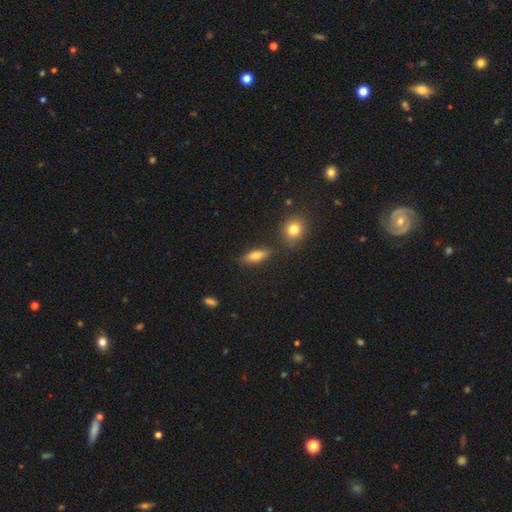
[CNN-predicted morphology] This is likely a smooth galaxy (72%). How rounded: likely in between (65%). Merging: likely none (78%).